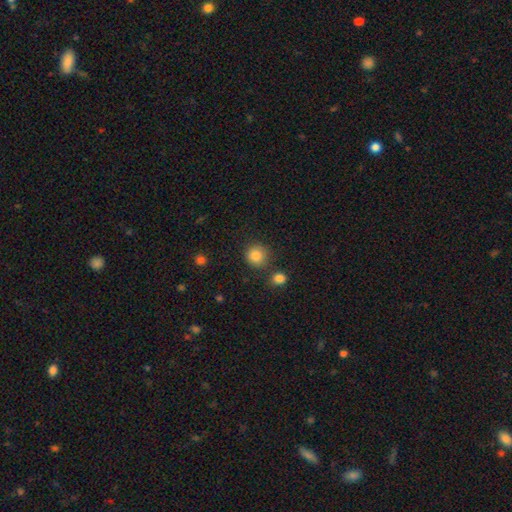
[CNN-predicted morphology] Overall: smooth (85%). How rounded: round (92%). Merging: none (82%).